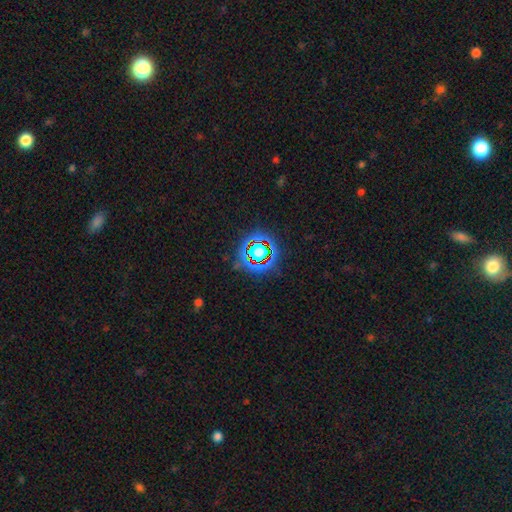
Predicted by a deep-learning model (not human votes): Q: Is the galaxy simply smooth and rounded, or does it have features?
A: star or artifact — 76%.